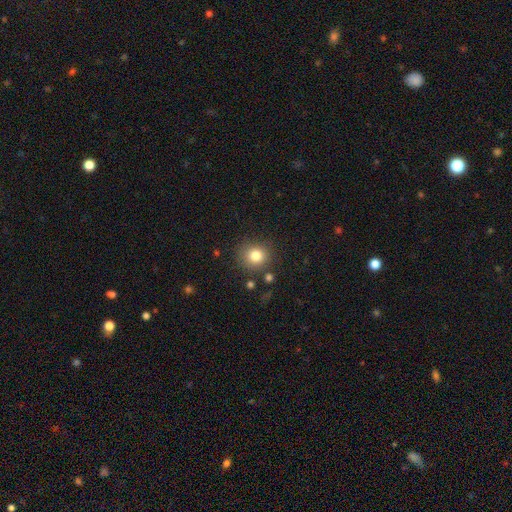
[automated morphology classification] This is clearly a smooth galaxy (81%). How rounded: clearly round (88%). Merging: clearly none (84%).